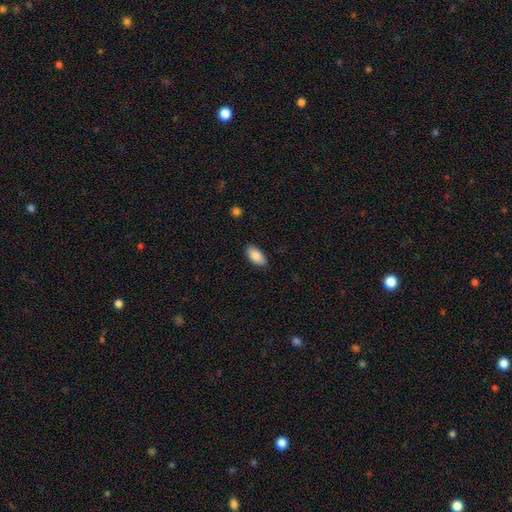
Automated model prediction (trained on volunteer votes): This is clearly a smooth galaxy (87%). How rounded: clearly in between (92%). Merging: clearly none (86%).